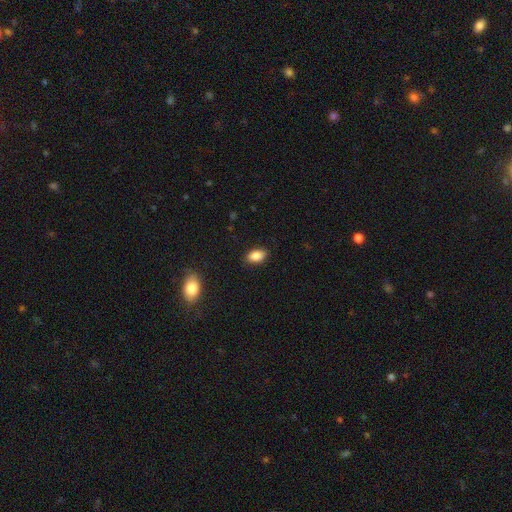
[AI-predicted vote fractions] Smooth or featured? Predicted: smooth (p=0.86). How rounded? Predicted: in between (p=0.90). Merging? Predicted: none (p=0.87).